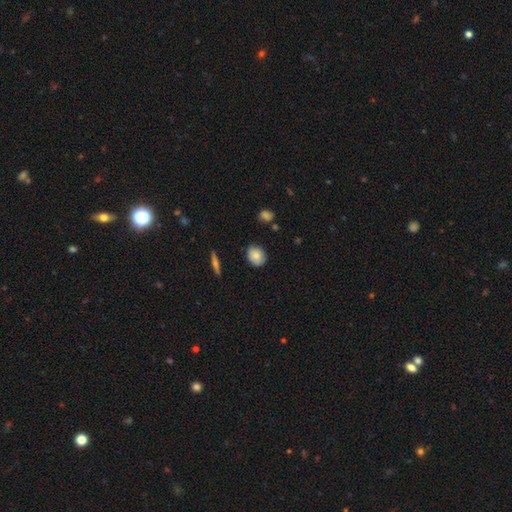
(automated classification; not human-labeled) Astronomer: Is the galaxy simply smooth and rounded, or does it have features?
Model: smooth — 81%.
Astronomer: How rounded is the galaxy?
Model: round — 61% (runner-up: in between, 37%).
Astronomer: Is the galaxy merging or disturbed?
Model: none — 80%.